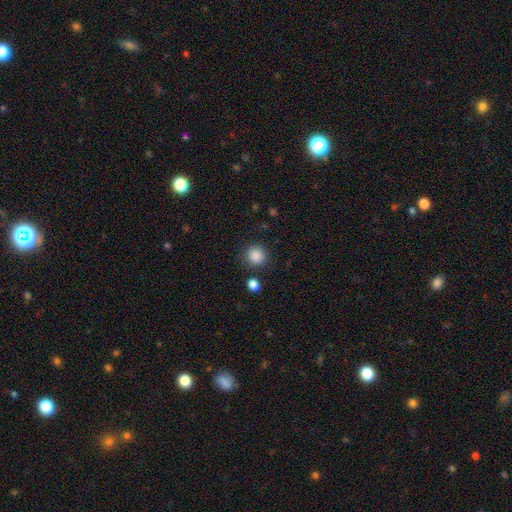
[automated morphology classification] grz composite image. It shows a smooth galaxy with no disk features (87%) that is round (92%). Merging: none (86%).